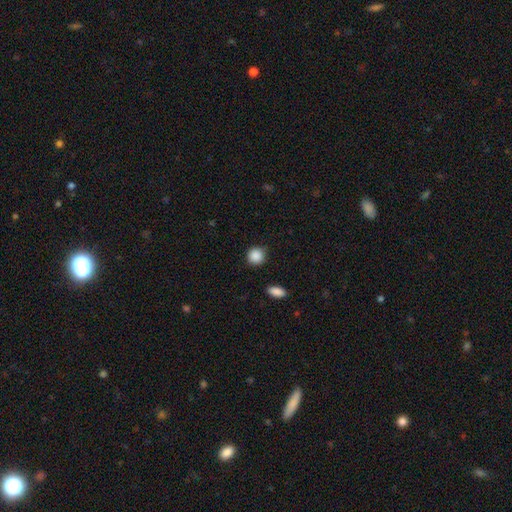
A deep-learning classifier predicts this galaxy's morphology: Q: Smooth or featured?
A: smooth (89%); runner-up: star or artifact (8%)
Q: How rounded?
A: round (90%); runner-up: in between (9%)
Q: Merging?
A: none (87%); runner-up: minor disturbance (9%)